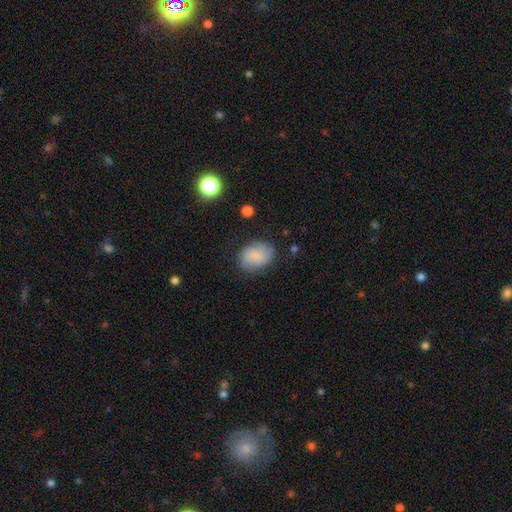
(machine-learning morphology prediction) Smooth or featured?
  - smooth: 69% *
  - featured or disk: 22%
  - star or artifact: 9%
How rounded?
  - in between: 60% *
  - round: 39%
  - cigar-shaped: 1%
Merging?
  - none: 75% *
  - minor disturbance: 18%
  - major disturbance: 6%
  - merger: 2%